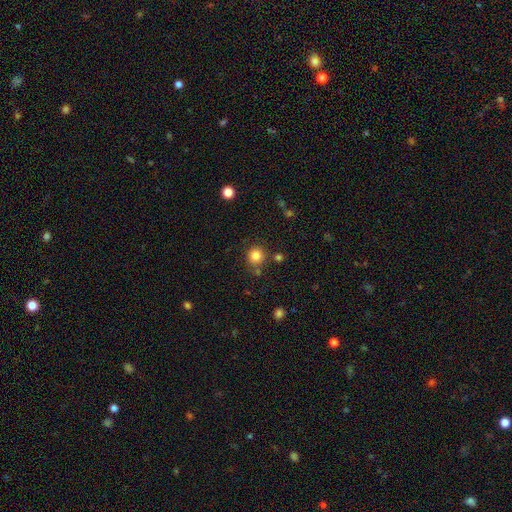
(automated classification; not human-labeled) Smooth or featured? Predicted: smooth (p=0.83). How rounded? Predicted: round (p=0.92). Merging? Predicted: none (p=0.80).